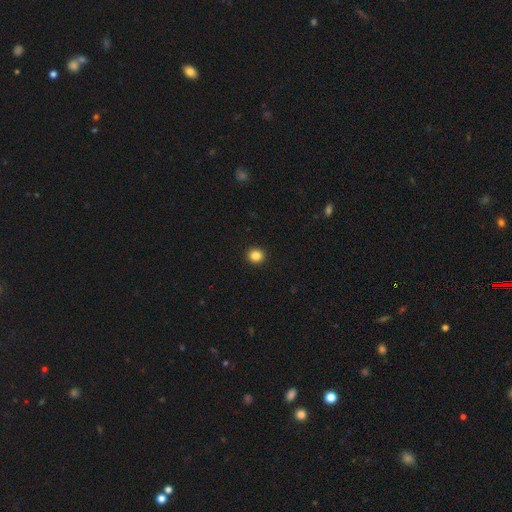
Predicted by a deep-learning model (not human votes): Smooth or featured? Predicted: smooth (p=0.85). How rounded? Predicted: round (p=0.87). Merging? Predicted: none (p=0.93).